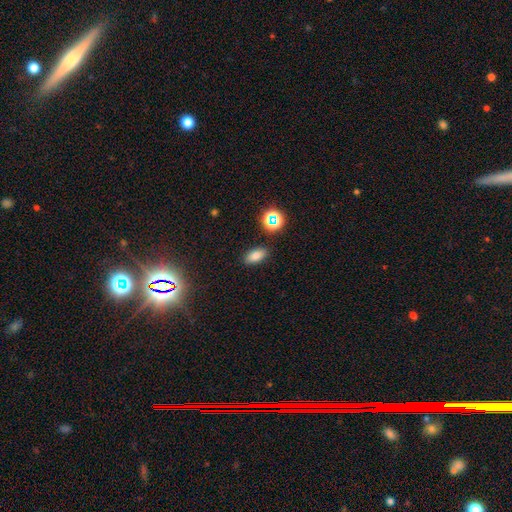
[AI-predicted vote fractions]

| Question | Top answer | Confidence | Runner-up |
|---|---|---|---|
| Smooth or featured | smooth | 77% | star or artifact (15%) |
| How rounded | in between | 86% | round (7%) |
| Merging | none | 87% | minor disturbance (8%) |